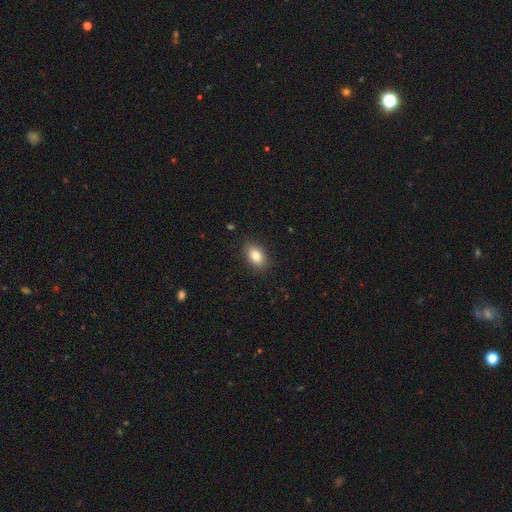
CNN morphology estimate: Q: Smooth or featured?
A: smooth (84%); runner-up: star or artifact (8%)
Q: How rounded?
A: in between (88%); runner-up: round (10%)
Q: Merging?
A: none (87%); runner-up: minor disturbance (9%)